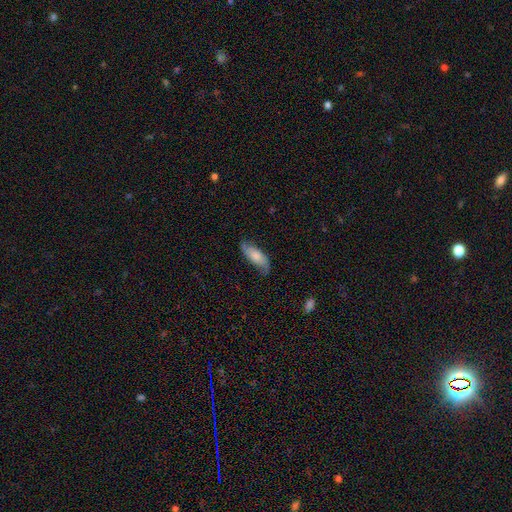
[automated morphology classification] Q: Smooth or featured?
A: smooth (48%); runner-up: featured or disk (45%)
Q: Merging?
A: none (72%); runner-up: minor disturbance (21%)